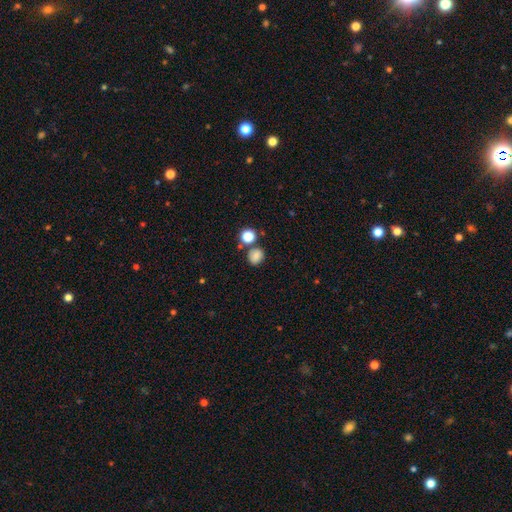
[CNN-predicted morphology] This appears to be a smooth galaxy with no disk features (80%) that is round (66%). Merging: none (70%).